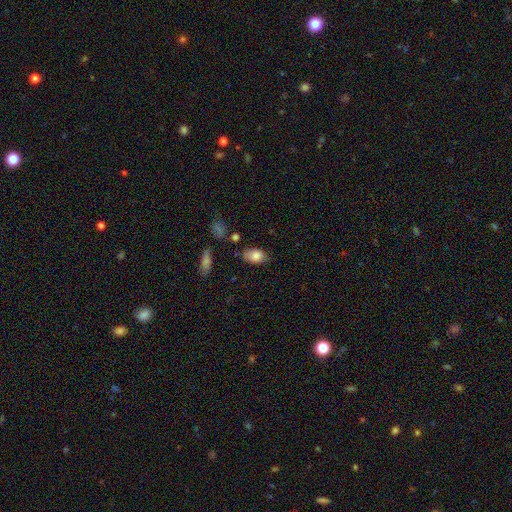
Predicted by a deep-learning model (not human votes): A smooth galaxy with no disk features (83%) that is in between round and cigar-shaped (88%). Merging: none (67%).